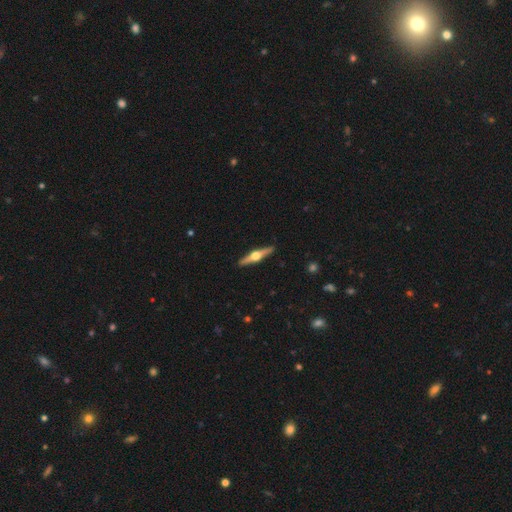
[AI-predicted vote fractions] A featured or disk galaxy (78%) viewed edge-on (98%) with a rounded central bulge (97%).

Vote fractions:
- Smooth or featured? featured or disk: 78% / smooth: 17% / star or artifact: 5%
- Edge-on disk? yes: 98% / no: 2%
- Edge-on bulge? rounded: 97% / boxy: 2% / none: 1%
- Merging? none: 92% / minor disturbance: 6% / major disturbance: 1% / merger: 1%